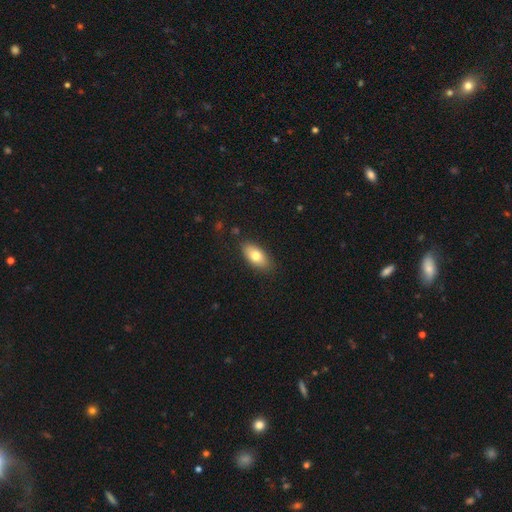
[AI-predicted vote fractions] smooth 74%, featured or disk 19%, star or artifact 7%. Down the decision tree: how rounded — in between (88%); merging — none (85%).